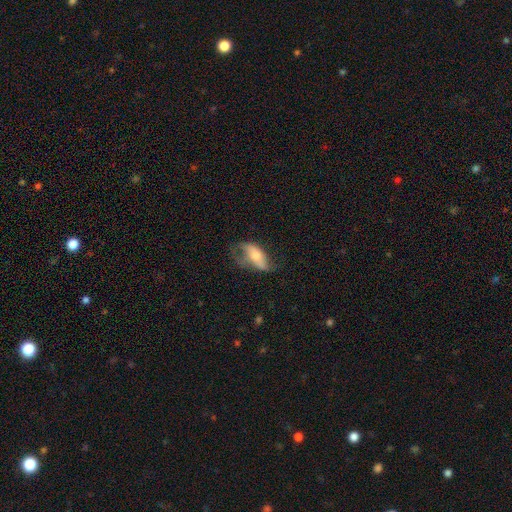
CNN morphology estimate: smooth-or-featured: featured or disk: 48% | smooth: 45% | star or artifact: 7%
  merging: none: 38% | major disturbance: 30% | minor disturbance: 30% | merger: 3%